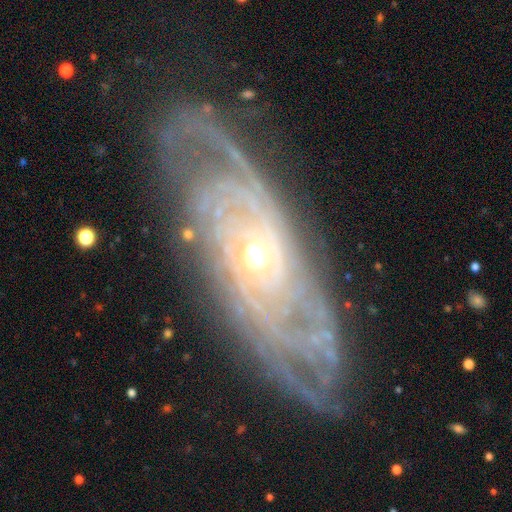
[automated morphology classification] Overall: featured or disk (88%). Edge-on disk: no (89%). Bar: no (70%). Spiral arms: yes (97%). Spiral arm count: can't tell (35%; 2 19%). Spiral winding: tight (74%). Bulge size: small (69%). Merging: none (81%).